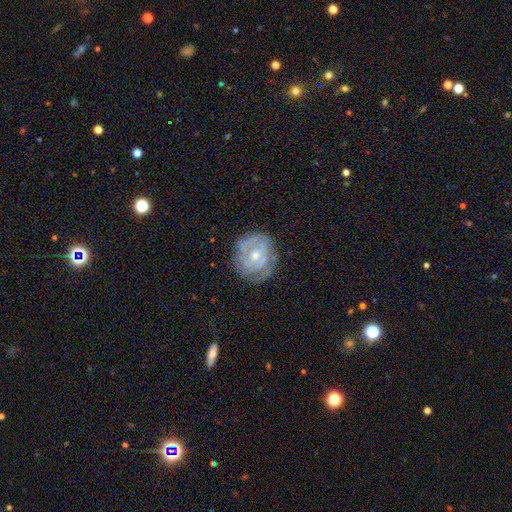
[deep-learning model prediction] Smooth or featured? featured or disk (75%)
Edge-on disk? no (97%)
Bar? no (68%)
Spiral arms? yes (79%)
Spiral winding? tight (62%)
Spiral arm count? can't tell (45%)
Bulge size? moderate (55%)
Merging? none (70%)